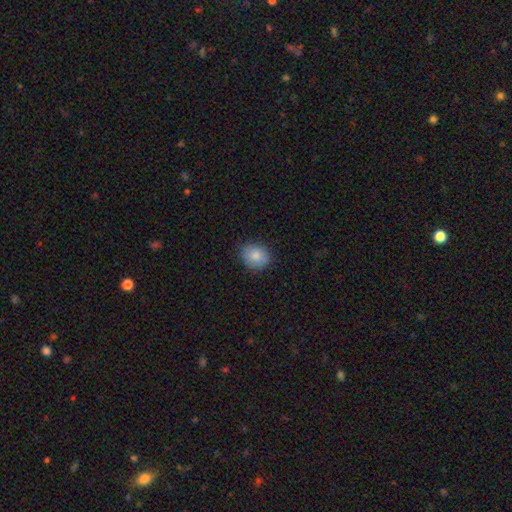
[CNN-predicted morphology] type=smooth (85%); roundness=round (58%); merging=none (83%).